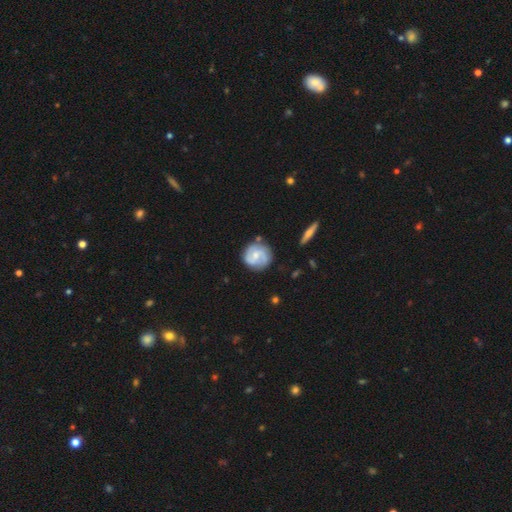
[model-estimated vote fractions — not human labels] A featured or disk galaxy (64%) with no bar (50%), 2 (66%) medium (42%) spiral arms (90%) and a small central bulge (51%). Merging: none (75%).